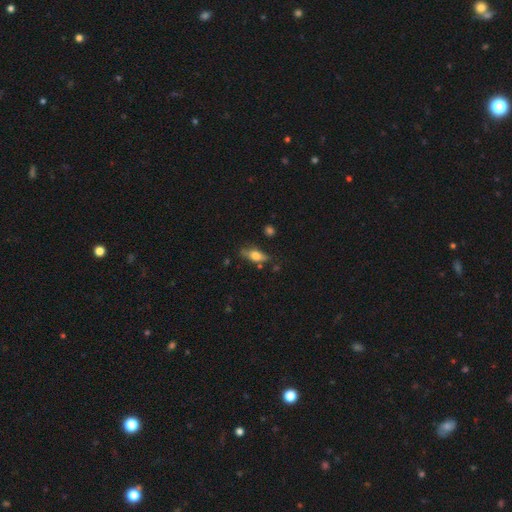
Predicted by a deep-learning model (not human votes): Smooth or featured? Predicted: smooth (p=0.56). How rounded? Predicted: in between (p=0.63). Merging? Predicted: none (p=0.68).